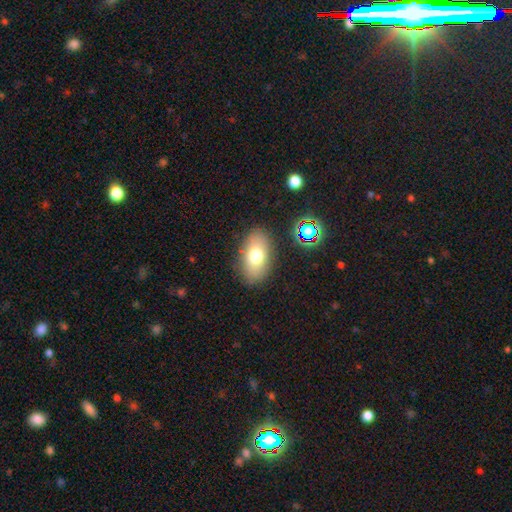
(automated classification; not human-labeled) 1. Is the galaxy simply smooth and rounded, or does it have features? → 71% smooth, 18% featured or disk, 11% star or artifact.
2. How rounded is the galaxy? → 90% in between, 7% round, 2% cigar-shaped.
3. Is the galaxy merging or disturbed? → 86% none, 9% minor disturbance, 3% major disturbance, 2% merger.